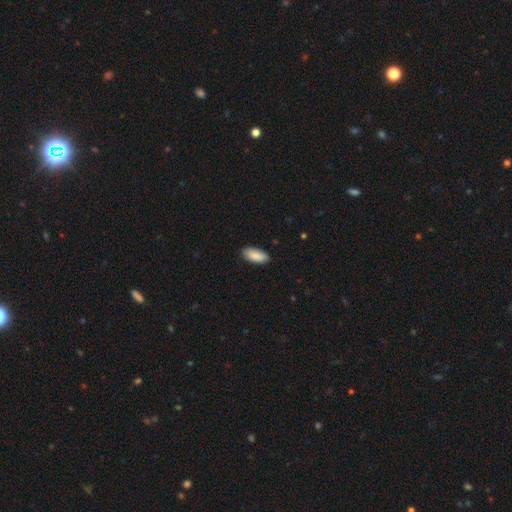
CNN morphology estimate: Smooth or featured? smooth (87%)
How rounded? in between (88%)
Merging? none (86%)